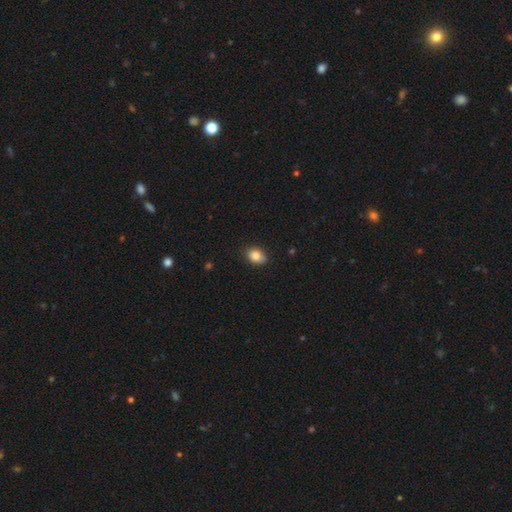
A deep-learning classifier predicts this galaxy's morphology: smooth-or-featured: smooth: 84% | star or artifact: 9% | featured or disk: 7%
  how-rounded: in between: 67% | round: 32% | cigar-shaped: 1%
  merging: none: 84% | minor disturbance: 12% | major disturbance: 2% | merger: 1%